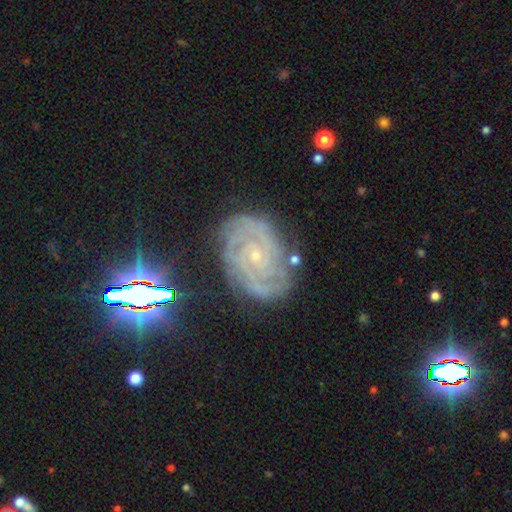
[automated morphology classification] Overall: featured or disk (83%). Edge-on disk: no (97%). Bar: no (73%). Spiral arms: yes (97%). Spiral arm count: 2 (24%; can't tell 23%). Spiral winding: tight (73%). Bulge size: small (84%). Merging: none (76%).